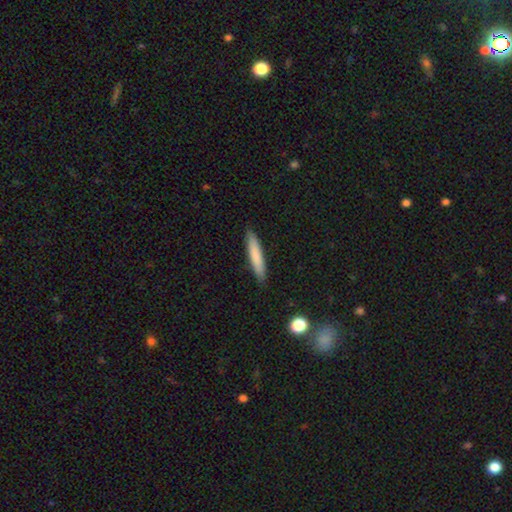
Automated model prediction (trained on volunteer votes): Overall: smooth (80%). How rounded: cigar-shaped (91%). Merging: none (89%).